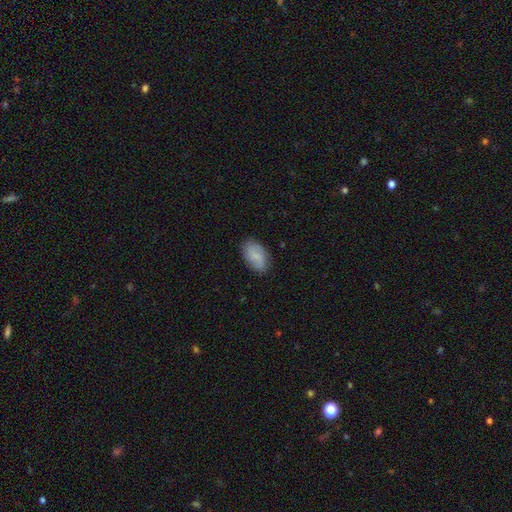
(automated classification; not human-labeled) Morphology: type=smooth (72%); roundness=in between (93%); merging=none (81%).